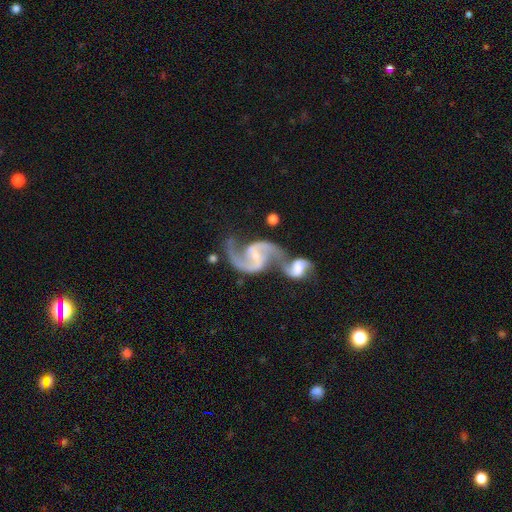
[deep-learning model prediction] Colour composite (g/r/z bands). It shows a featured or disk galaxy (92%) with a weak bar (43%), 2 (93%) loose (46%) spiral arms (97%) and a small central bulge (63%). Merging: merger (61%).